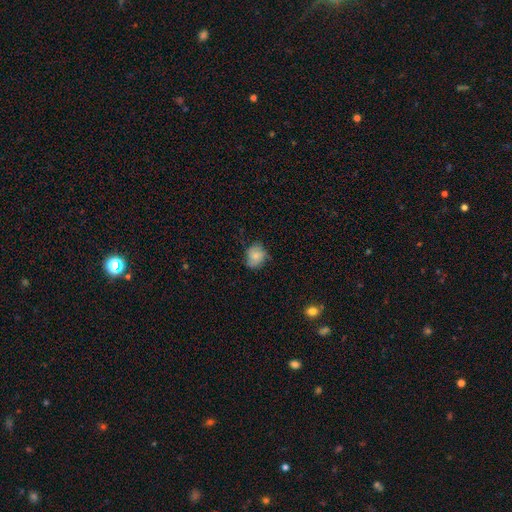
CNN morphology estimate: Overall: smooth (69%). How rounded: round (60%; in between 39%). Merging: none (64%; minor disturbance 28%).